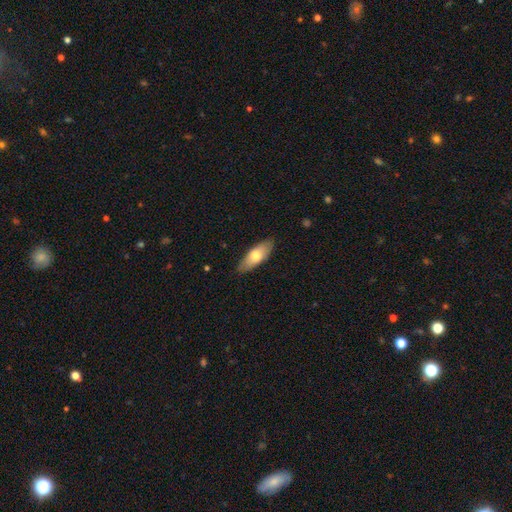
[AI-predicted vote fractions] Morphology: type=smooth (68%); roundness=in between (75%); merging=none (83%).